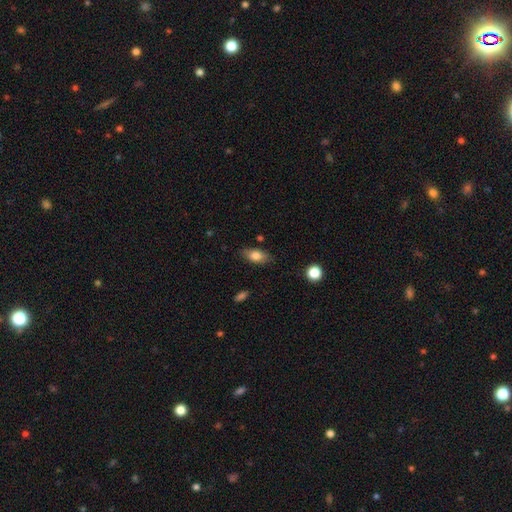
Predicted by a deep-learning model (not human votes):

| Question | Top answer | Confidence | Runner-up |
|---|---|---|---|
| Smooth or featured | smooth | 79% | featured or disk (14%) |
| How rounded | in between | 87% | cigar-shaped (7%) |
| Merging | none | 82% | minor disturbance (14%) |